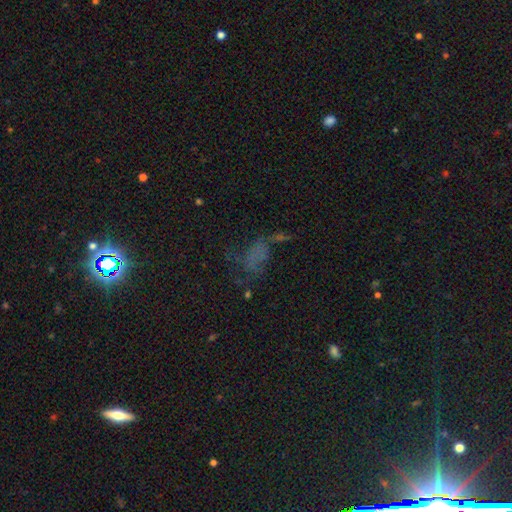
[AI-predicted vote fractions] A smooth galaxy with no disk features (43%).

Vote fractions:
- Smooth or featured? smooth: 43% / star or artifact: 33% / featured or disk: 24%
- Merging? none: 34% (tied) / major disturbance: 34% (tied) / minor disturbance: 18% / merger: 14%